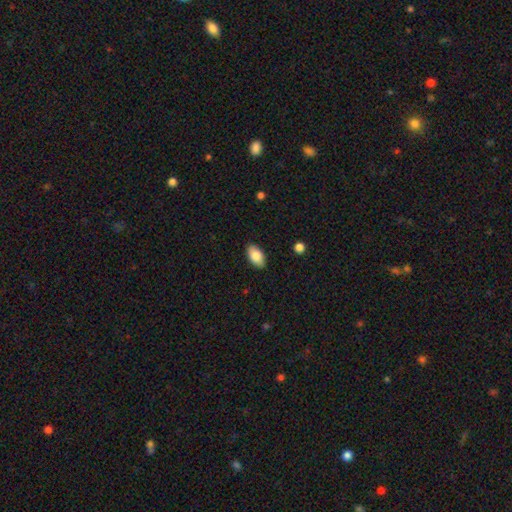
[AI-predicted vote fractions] Smooth or featured? Predicted: smooth (p=0.84). How rounded? Predicted: in between (p=0.94). Merging? Predicted: none (p=0.88).